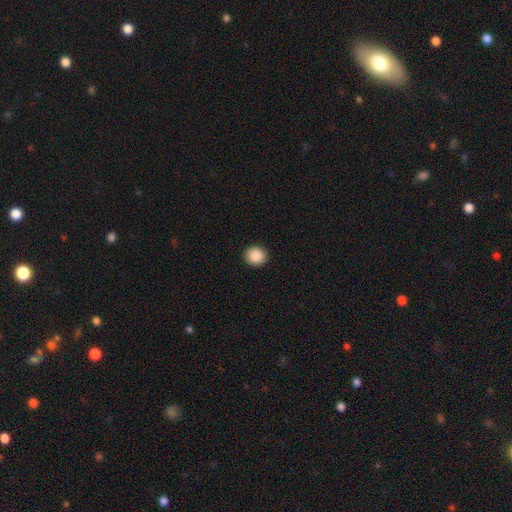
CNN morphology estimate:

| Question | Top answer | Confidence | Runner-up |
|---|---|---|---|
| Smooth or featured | smooth | 87% | star or artifact (8%) |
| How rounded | round | 82% | in between (17%) |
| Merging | none | 92% | minor disturbance (5%) |